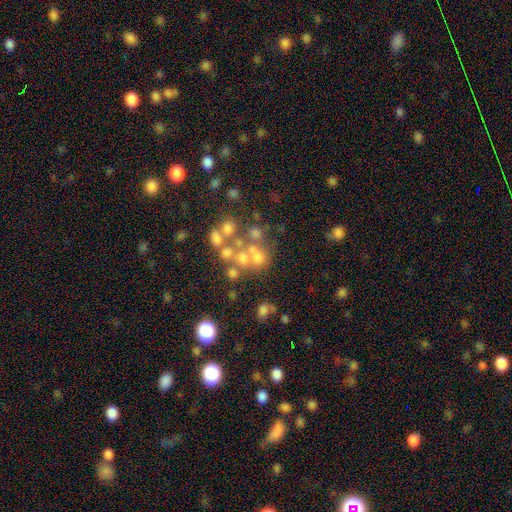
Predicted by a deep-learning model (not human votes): Smooth or featured? featured or disk (39%)
Merging? merger (39%, tied with none)